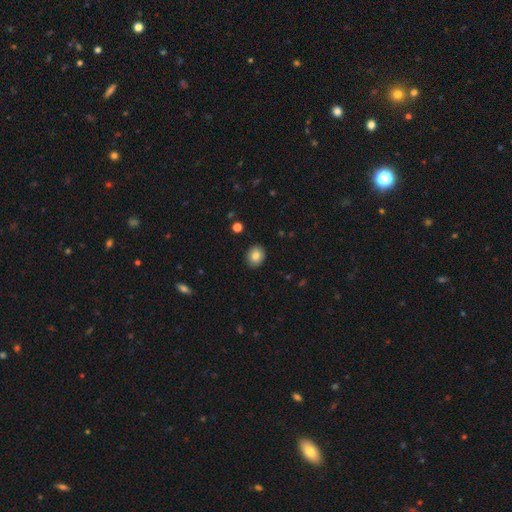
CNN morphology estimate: Q: Smooth or featured?
A: smooth (82%); runner-up: star or artifact (9%)
Q: How rounded?
A: round (65%); runner-up: in between (35%)
Q: Merging?
A: none (90%); runner-up: minor disturbance (7%)